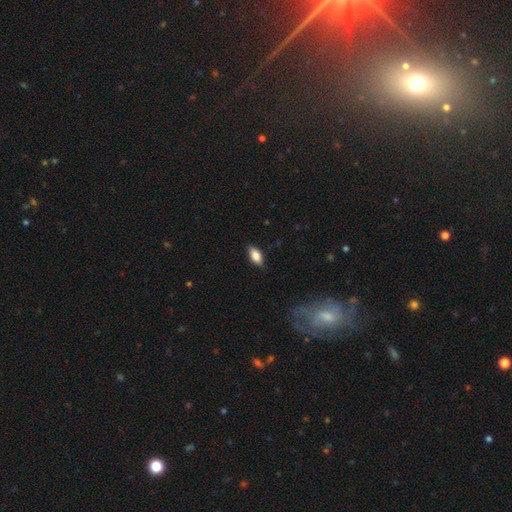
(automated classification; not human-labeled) smooth 82%, featured or disk 11%, star or artifact 7%. Down the decision tree: how rounded — in between (88%); merging — none (84%).